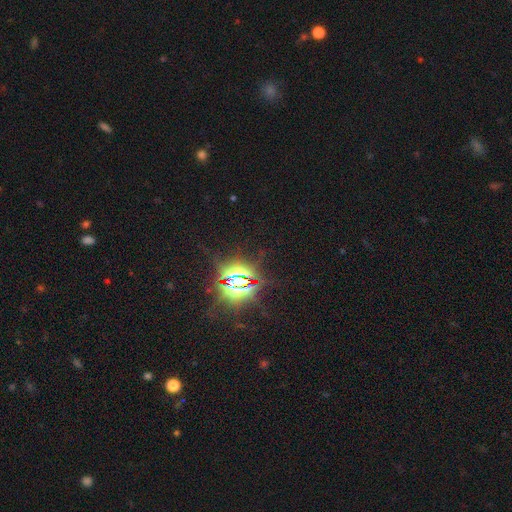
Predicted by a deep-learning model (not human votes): smooth-or-featured: star or artifact: 86% | smooth: 8% | featured or disk: 6%